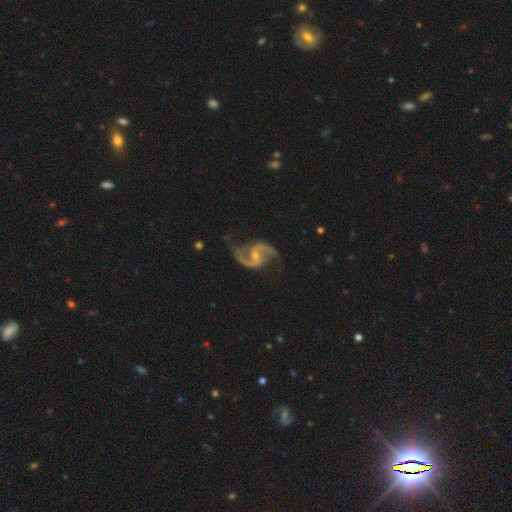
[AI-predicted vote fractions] This appears to be a featured or disk galaxy (93%) with a weak bar (47%), 2 (94%) loose (50%) spiral arms (98%) and a small central bulge (63%). Merging: none (73%).